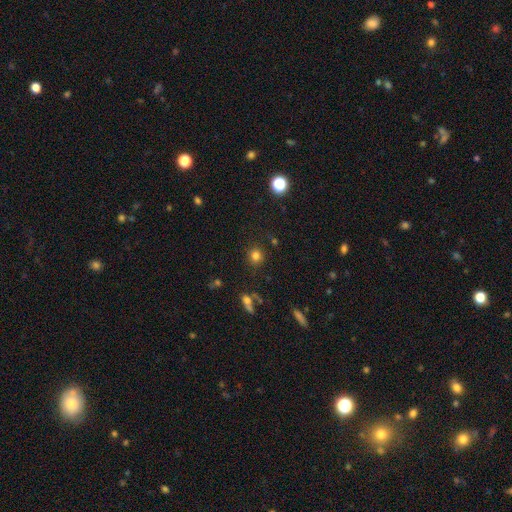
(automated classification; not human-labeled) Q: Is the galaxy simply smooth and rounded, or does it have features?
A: smooth — 79%.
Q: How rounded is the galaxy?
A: round — 90%.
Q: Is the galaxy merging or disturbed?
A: none — 86%.